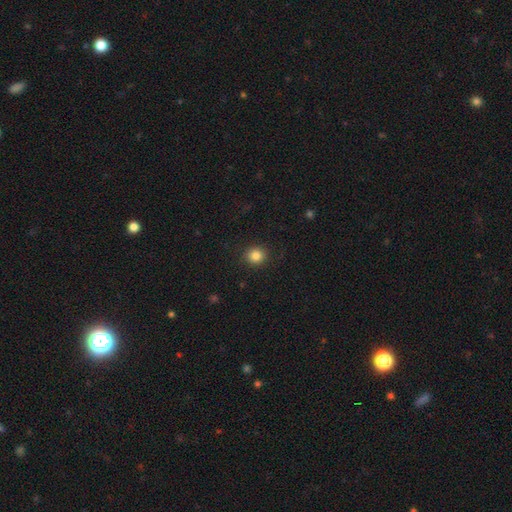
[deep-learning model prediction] Overall: smooth (84%). How rounded: round (88%). Merging: none (90%).